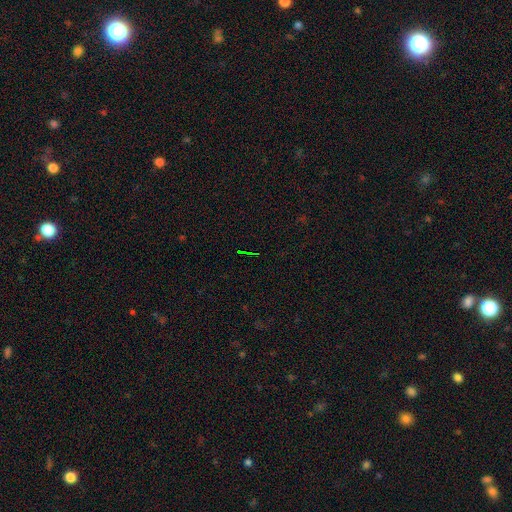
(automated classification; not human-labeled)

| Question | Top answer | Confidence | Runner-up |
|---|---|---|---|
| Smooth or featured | star or artifact | 72% | smooth (16%) |